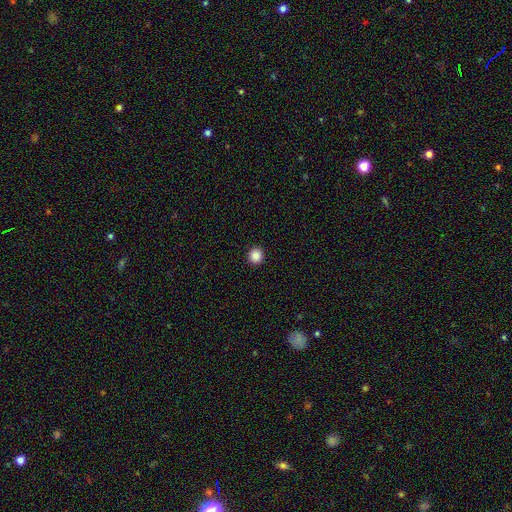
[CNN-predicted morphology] Overall: smooth (86%). How rounded: round (95%). Merging: none (94%).